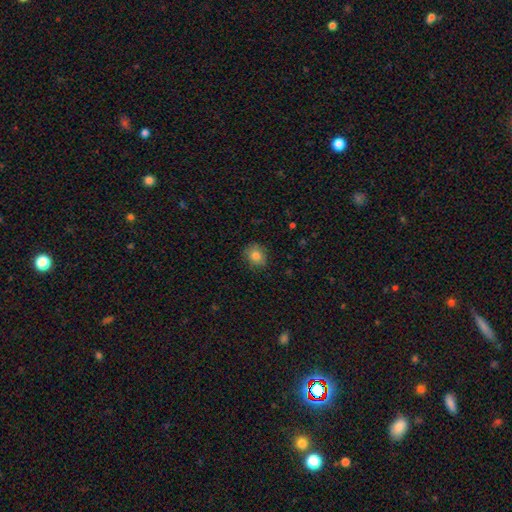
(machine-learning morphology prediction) Smooth or featured? Predicted: smooth (p=0.82). How rounded? Predicted: round (p=0.70). Merging? Predicted: none (p=0.84).